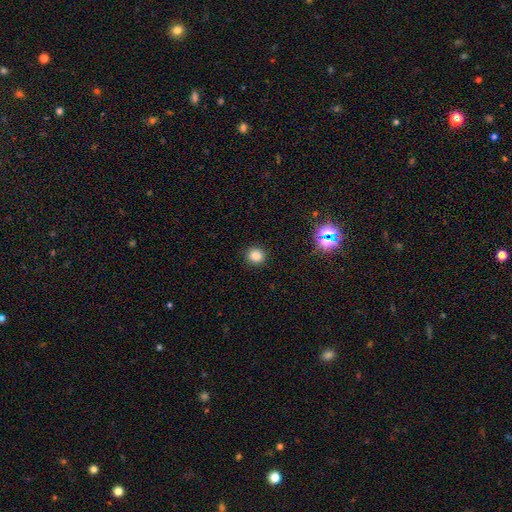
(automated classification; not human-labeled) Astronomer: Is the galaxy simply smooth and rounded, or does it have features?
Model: smooth — 81%.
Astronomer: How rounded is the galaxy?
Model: round — 89%.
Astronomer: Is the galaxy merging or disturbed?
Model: none — 92%.